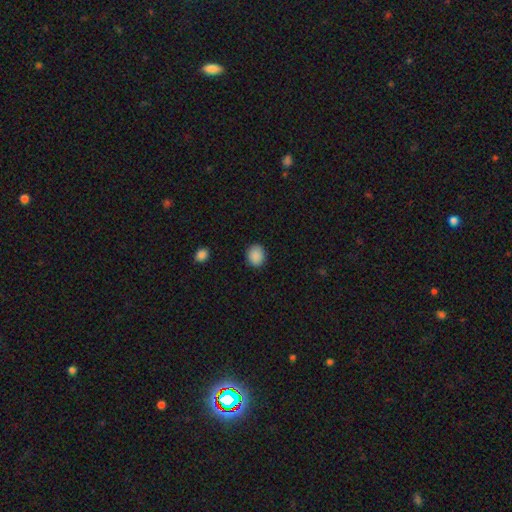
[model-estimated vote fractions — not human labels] smooth-or-featured: smooth: 89% | star or artifact: 8% | featured or disk: 3%
  how-rounded: round: 65% | in between: 34% | cigar-shaped: 1%
  merging: none: 88% | minor disturbance: 8% | major disturbance: 2% | merger: 1%